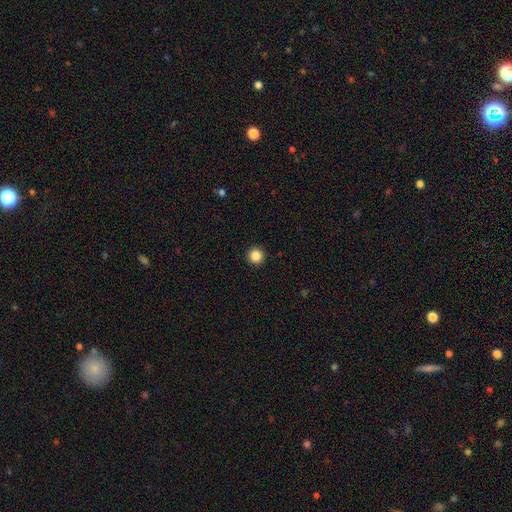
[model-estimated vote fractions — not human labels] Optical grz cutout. It shows a smooth galaxy with no disk features (86%) that is round (96%). Merging: none (94%).